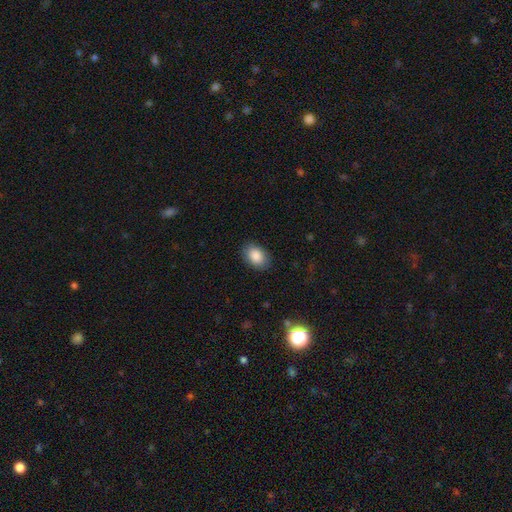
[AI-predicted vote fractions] smooth-or-featured: smooth: 87% | star or artifact: 7% | featured or disk: 5%
  how-rounded: in between: 86% | round: 13% | cigar-shaped: 1%
  merging: none: 87% | minor disturbance: 10% | major disturbance: 3% | merger: 1%